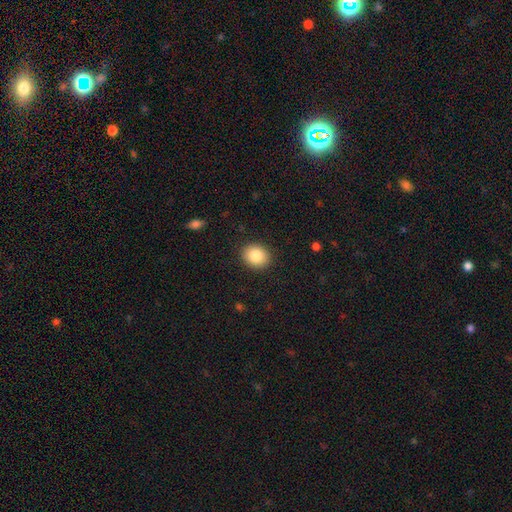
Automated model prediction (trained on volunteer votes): Smooth or featured: smooth — 85% (star or artifact — 8%)
How rounded: round — 57% (in between — 42%)
Merging: none — 90% (minor disturbance — 7%)